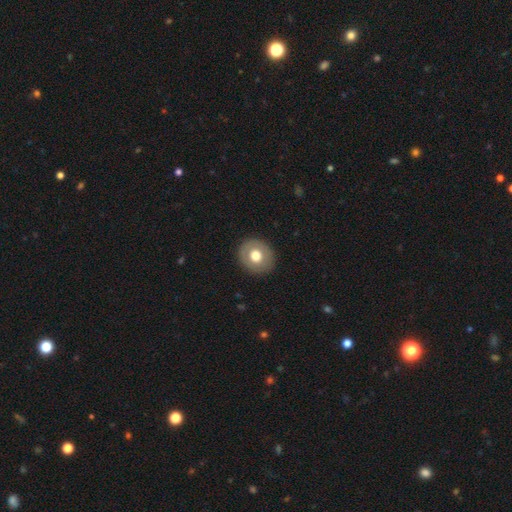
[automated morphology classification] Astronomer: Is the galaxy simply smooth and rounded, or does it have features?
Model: smooth — 67%.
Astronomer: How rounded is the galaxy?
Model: round — 82%.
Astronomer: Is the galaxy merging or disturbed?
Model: none — 90%.